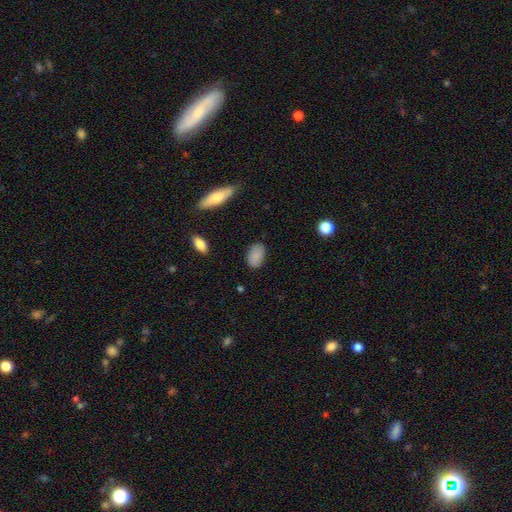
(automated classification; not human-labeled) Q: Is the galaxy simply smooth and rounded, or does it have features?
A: smooth — 85%.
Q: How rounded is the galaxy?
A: in between — 90%.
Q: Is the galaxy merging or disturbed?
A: none — 81%.